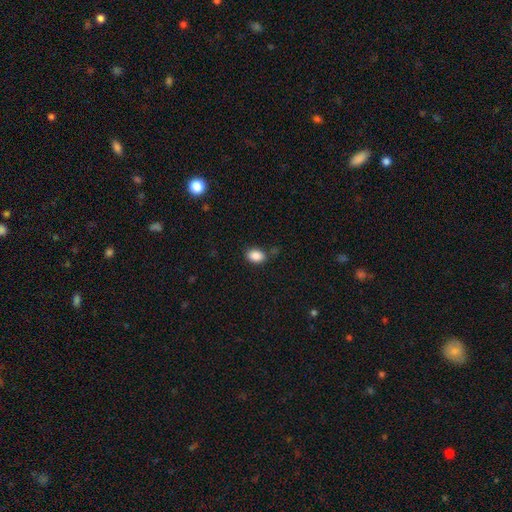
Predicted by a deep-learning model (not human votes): Smooth or featured?
  - smooth: 87% *
  - star or artifact: 9%
  - featured or disk: 4%
How rounded?
  - in between: 78% *
  - round: 21%
  - cigar-shaped: 1%
Merging?
  - none: 74% *
  - minor disturbance: 17%
  - merger: 5%
  - major disturbance: 4%